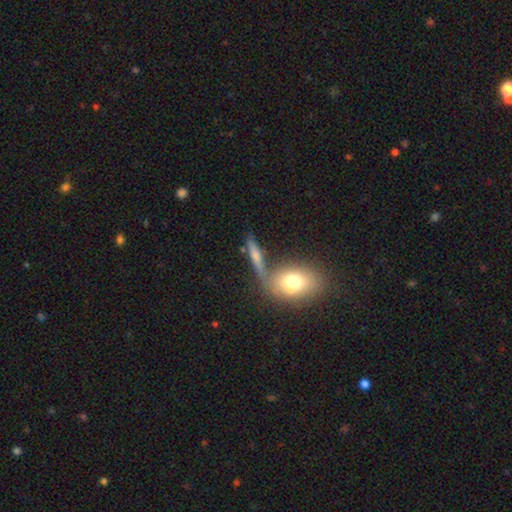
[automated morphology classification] A smooth galaxy with no disk features (55%) that is cigar-shaped (63%).

Vote fractions:
- Smooth or featured? smooth: 55% / featured or disk: 35% / star or artifact: 11%
- How rounded? cigar-shaped: 63% / in between: 28% / round: 9%
- Merging? none: 51% / merger: 28% / minor disturbance: 13% / major disturbance: 8%